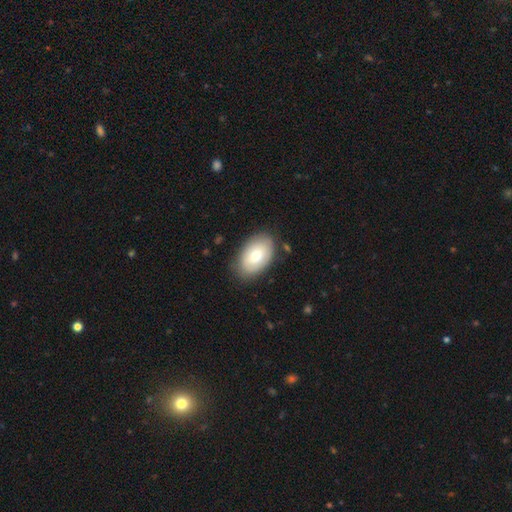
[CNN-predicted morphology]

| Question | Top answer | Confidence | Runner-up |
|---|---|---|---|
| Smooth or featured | smooth | 72% | featured or disk (22%) |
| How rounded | in between | 91% | round (8%) |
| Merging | none | 81% | minor disturbance (14%) |